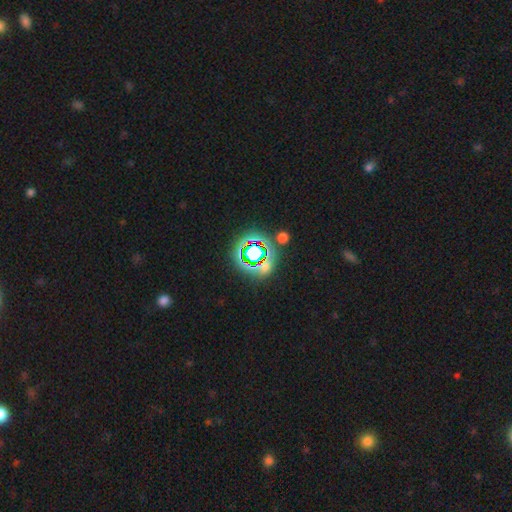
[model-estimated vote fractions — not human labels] smooth-or-featured: star or artifact: 63% | smooth: 24% | featured or disk: 13%